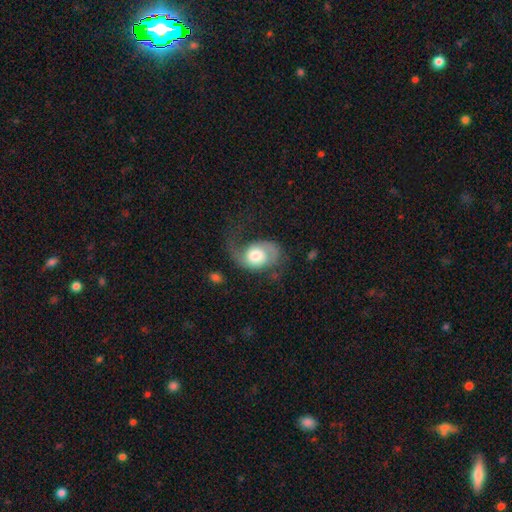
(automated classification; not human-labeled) Q: Smooth or featured?
A: featured or disk (70%); runner-up: smooth (24%)
Q: Edge-on disk?
A: no (97%); runner-up: yes (3%)
Q: Bar?
A: no (71%); runner-up: weak (24%)
Q: Spiral arms?
A: yes (92%); runner-up: no (8%)
Q: Spiral winding?
A: loose (46%); runner-up: medium (37%)
Q: Spiral arm count?
A: 2 (57%); runner-up: 1 (35%)
Q: Bulge size?
A: moderate (51%); runner-up: large (34%)
Q: Merging?
A: major disturbance (38%); runner-up: none (37%)